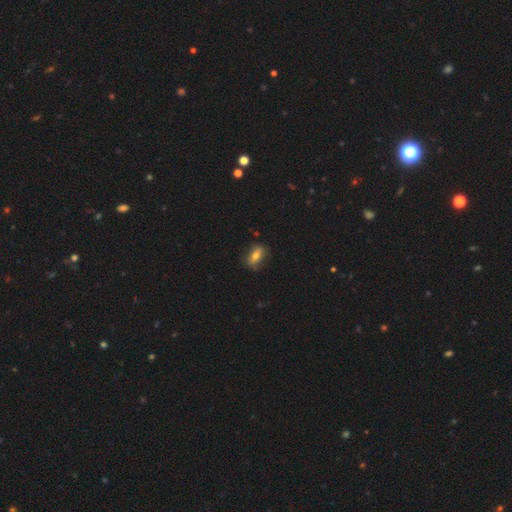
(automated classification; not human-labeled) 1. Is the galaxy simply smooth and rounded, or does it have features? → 66% smooth, 25% featured or disk, 9% star or artifact.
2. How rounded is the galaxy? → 77% in between, 13% cigar-shaped, 10% round.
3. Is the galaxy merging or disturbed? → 79% none, 16% minor disturbance, 4% major disturbance, 1% merger.